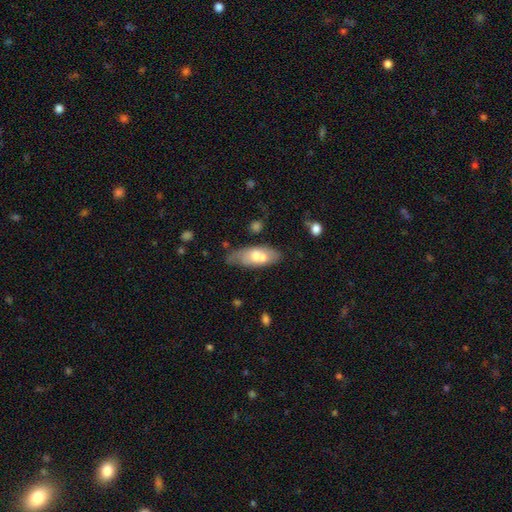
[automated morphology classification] Smooth or featured: smooth — 61% (featured or disk — 33%)
How rounded: in between — 78% (cigar-shaped — 19%)
Merging: none — 40% (merger — 29%)